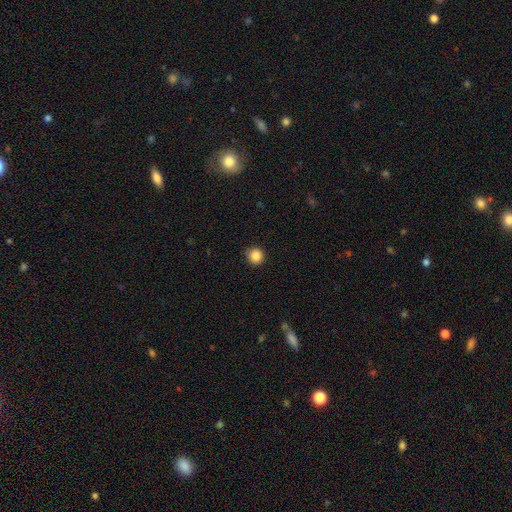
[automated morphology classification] The model was most divided on "smooth or featured": smooth: 86%, star or artifact: 10%, featured or disk: 4%. More confident: how rounded — round (93%); merging — none (88%).